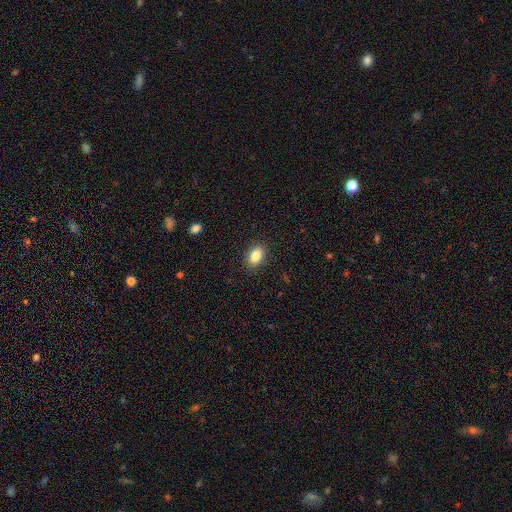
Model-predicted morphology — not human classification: A smooth galaxy with no disk features (85%) that is in between round and cigar-shaped (88%).

Vote fractions:
- Smooth or featured? smooth: 85% / star or artifact: 8% / featured or disk: 6%
- How rounded? in between: 88% / round: 11% / cigar-shaped: 2%
- Merging? none: 89% / minor disturbance: 8% / major disturbance: 2% / merger: 1%